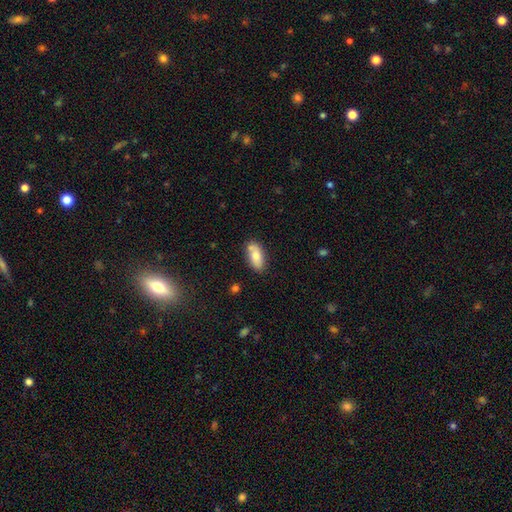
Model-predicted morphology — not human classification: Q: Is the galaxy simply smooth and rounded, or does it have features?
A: smooth — 72%.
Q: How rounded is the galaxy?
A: in between — 89%.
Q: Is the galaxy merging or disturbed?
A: none — 73%.